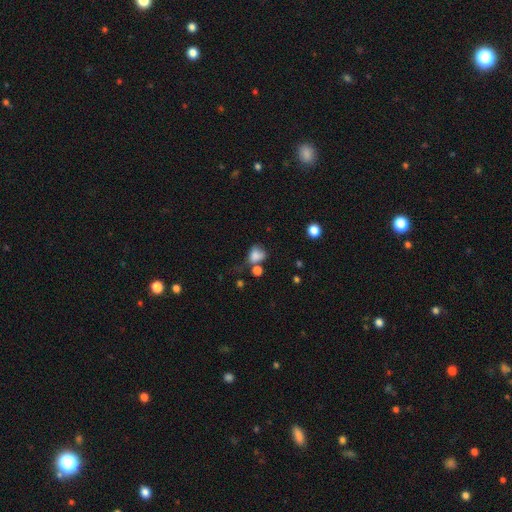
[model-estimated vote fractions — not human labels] Smooth or featured? Predicted: smooth (p=0.77). How rounded? Predicted: in between (p=0.53). Merging? Predicted: none (p=0.31).